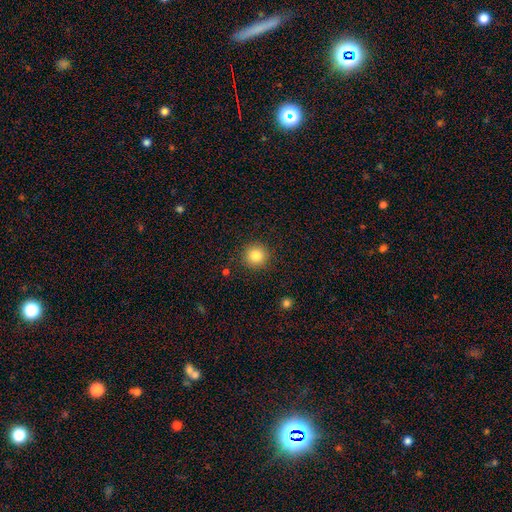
smooth 89%, featured or disk 5%, star or artifact 5%. Down the decision tree: how rounded — round (94%); merging — none (81%).